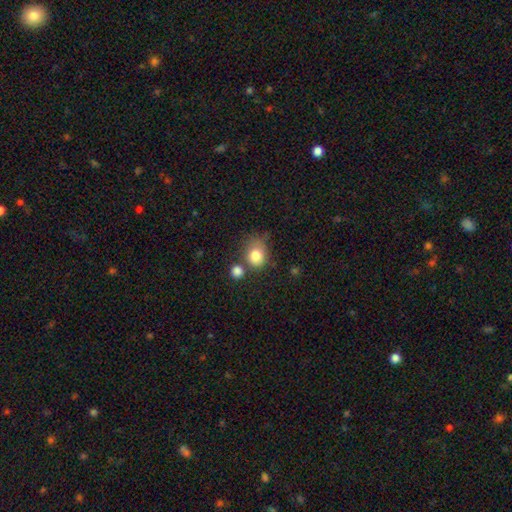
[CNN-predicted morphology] This appears to be a smooth galaxy with no disk features (81%) that is round (66%). Merging: none (51%).